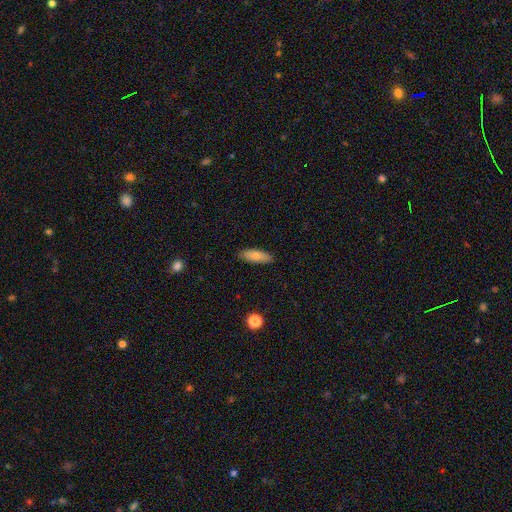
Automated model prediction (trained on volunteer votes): Smooth or featured?
  - smooth: 79% *
  - featured or disk: 15%
  - star or artifact: 7%
How rounded?
  - in between: 61% *
  - cigar-shaped: 37%
  - round: 2%
Merging?
  - none: 87% *
  - minor disturbance: 10%
  - major disturbance: 2%
  - merger: 1%